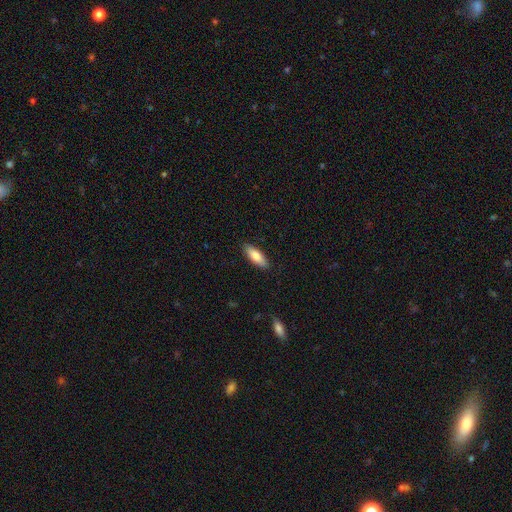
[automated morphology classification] This is clearly a smooth galaxy (81%). How rounded: likely in between (62%). Merging: clearly none (88%).